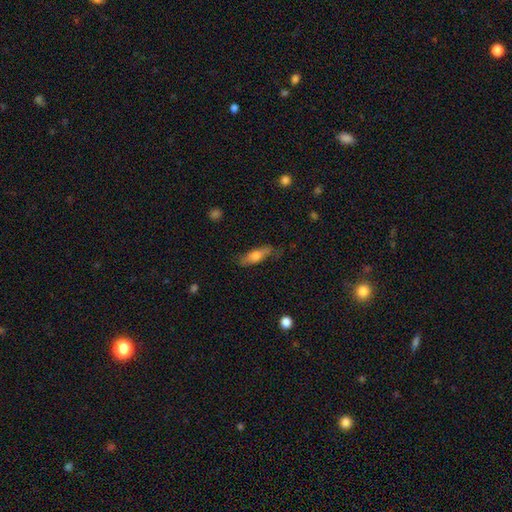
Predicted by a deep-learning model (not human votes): Overall: smooth (64%; featured or disk 30%). How rounded: in between (49%, tied with cigar-shaped). Merging: none (72%).